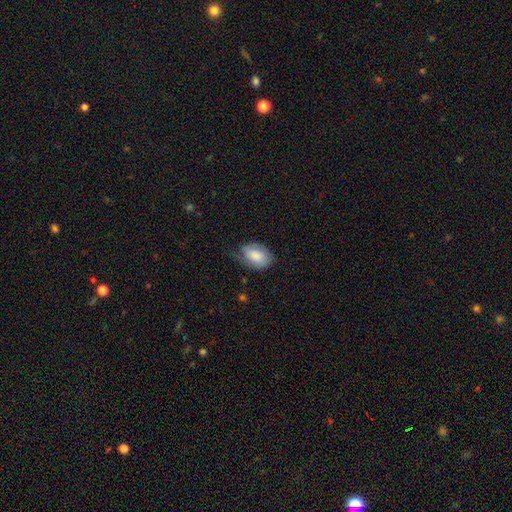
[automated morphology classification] Smooth or featured: smooth — 74% (featured or disk — 20%)
How rounded: in between — 88% (round — 11%)
Merging: none — 49% (minor disturbance — 36%)